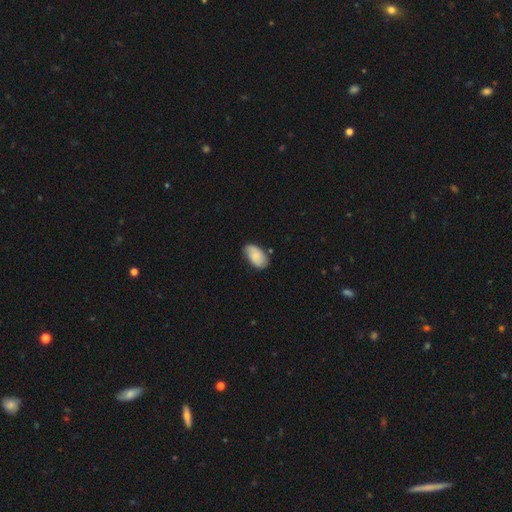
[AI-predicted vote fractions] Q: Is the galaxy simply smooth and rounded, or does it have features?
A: smooth — 71%.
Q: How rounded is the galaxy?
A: in between — 94%.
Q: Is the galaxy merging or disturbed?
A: none — 65%.